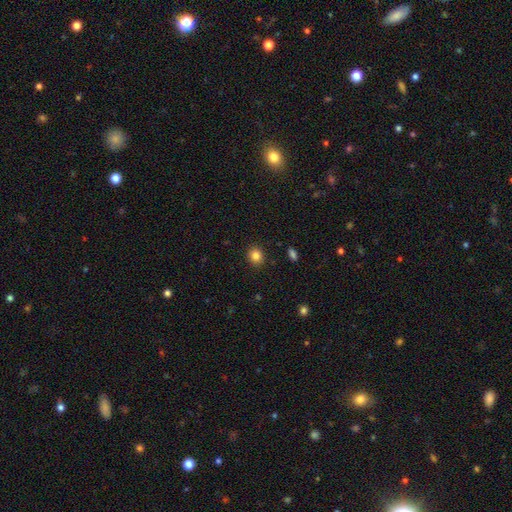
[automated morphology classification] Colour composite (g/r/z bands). It shows a smooth galaxy with no disk features (84%) that is round (73%). Merging: none (90%).